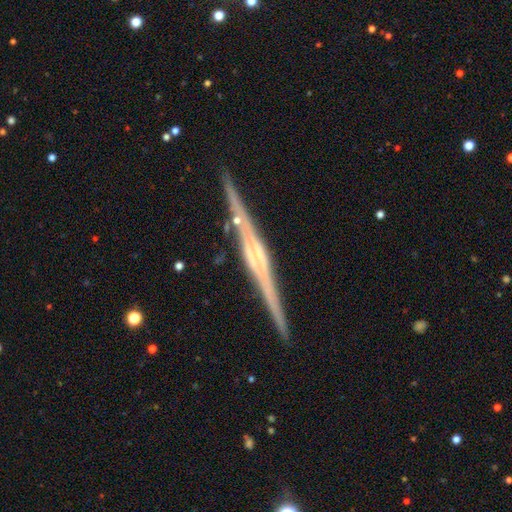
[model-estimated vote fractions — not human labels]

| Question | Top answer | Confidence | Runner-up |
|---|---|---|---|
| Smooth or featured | featured or disk | 87% | smooth (8%) |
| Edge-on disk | yes | 98% | no (2%) |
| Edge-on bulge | boxy | 43% | rounded (38%) |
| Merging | none | 90% | minor disturbance (7%) |